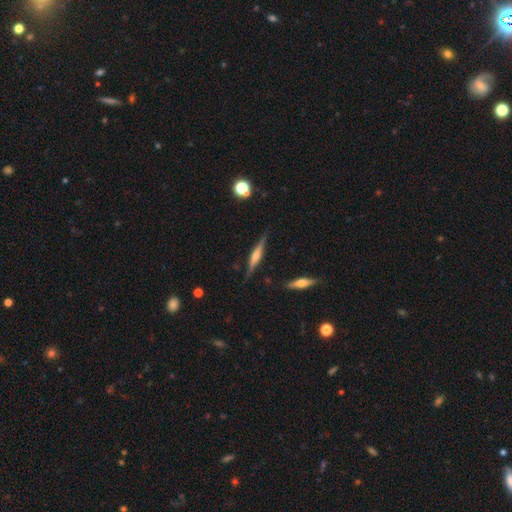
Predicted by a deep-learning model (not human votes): Q: Smooth or featured?
A: featured or disk (69%); runner-up: smooth (25%)
Q: Edge-on disk?
A: yes (97%); runner-up: no (3%)
Q: Edge-on bulge?
A: rounded (72%); runner-up: boxy (18%)
Q: Merging?
A: none (85%); runner-up: minor disturbance (11%)